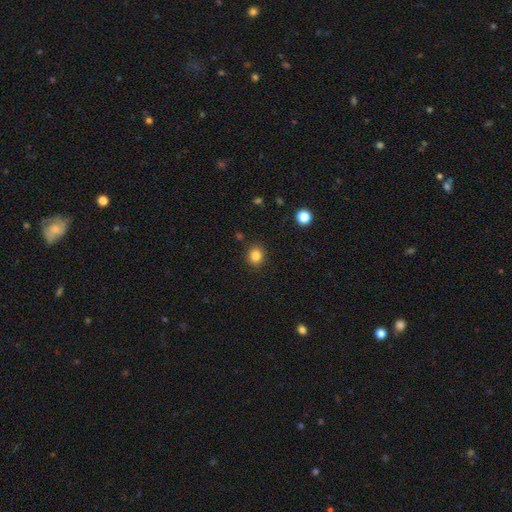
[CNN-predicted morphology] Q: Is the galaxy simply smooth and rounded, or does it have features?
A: smooth — 84%.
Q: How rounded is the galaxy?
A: round — 81%.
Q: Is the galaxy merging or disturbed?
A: none — 89%.